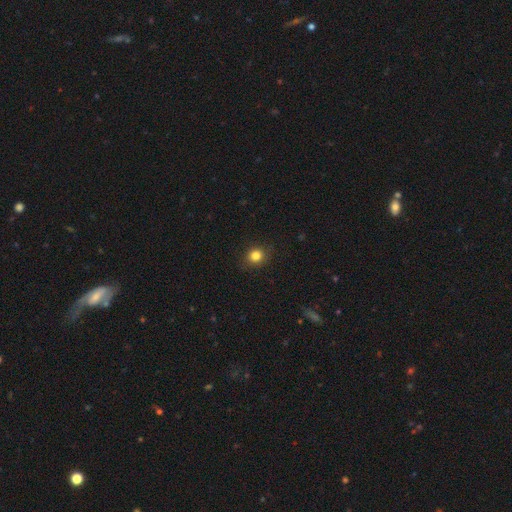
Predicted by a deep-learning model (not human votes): A smooth galaxy with no disk features (83%) that is round (74%).

Vote fractions:
- Smooth or featured? smooth: 83% / star or artifact: 12% / featured or disk: 5%
- How rounded? round: 74% / in between: 25% / cigar-shaped: 1%
- Merging? none: 87% / minor disturbance: 9% / major disturbance: 3% / merger: 1%